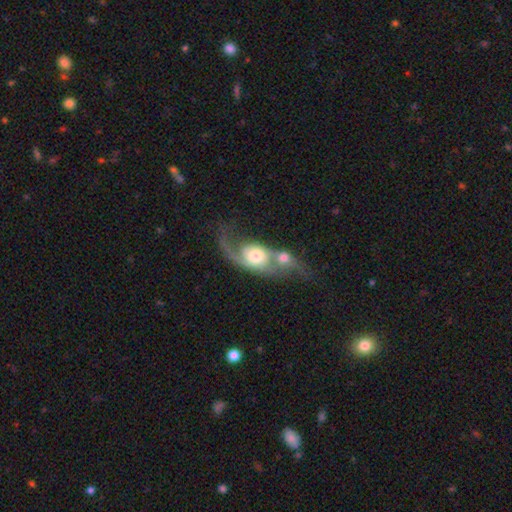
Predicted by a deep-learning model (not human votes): This is likely a featured or disk galaxy (66%). It is clearly not viewed edge-on (93%). Bar: likely no (72%). Spiral arm pattern: clearly yes (82%). Spiral arm count: possibly 2 (55%). Spiral winding: likely loose (66%). Central bulge: possibly moderate (52%). Merging: likely merger (70%).